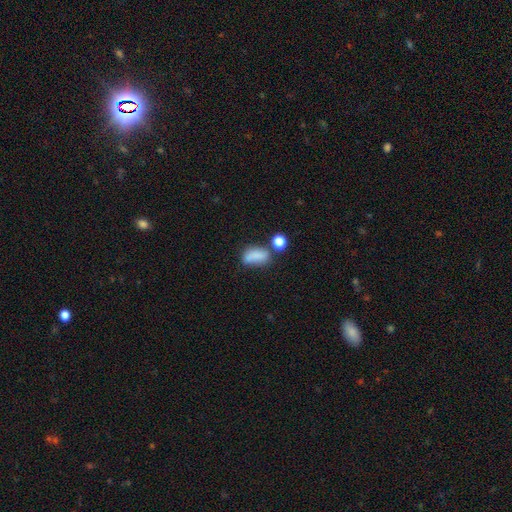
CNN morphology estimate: Overall: smooth (77%). How rounded: in between (84%). Merging: none (43%; minor disturbance 23%).